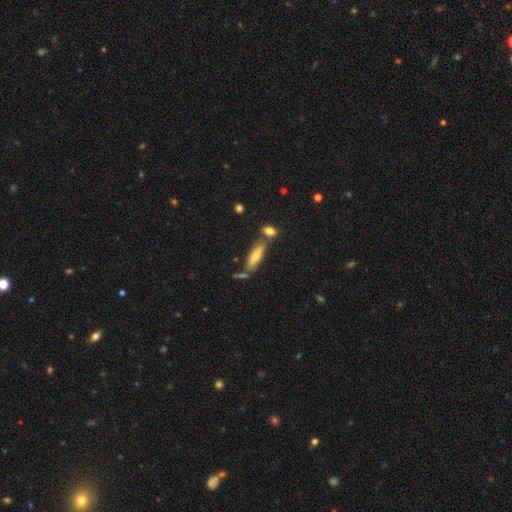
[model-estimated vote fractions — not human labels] smooth-or-featured: smooth: 54% | featured or disk: 37% | star or artifact: 9%
  how-rounded: cigar-shaped: 55% | in between: 43% | round: 2%
  merging: none: 59% | merger: 22% | minor disturbance: 15% | major disturbance: 4%